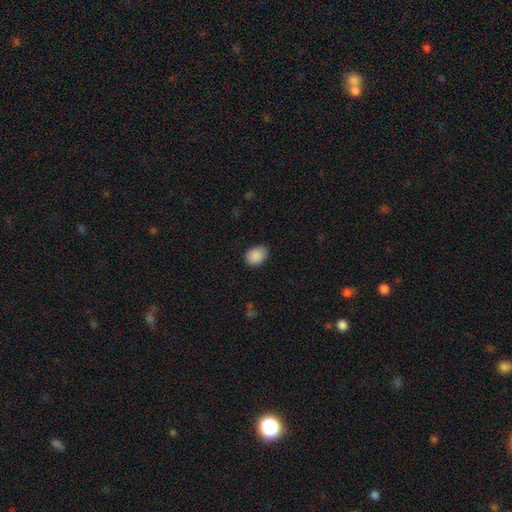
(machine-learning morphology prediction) A smooth galaxy with no disk features (89%) that is in between round and cigar-shaped (70%). Merging: none (76%).